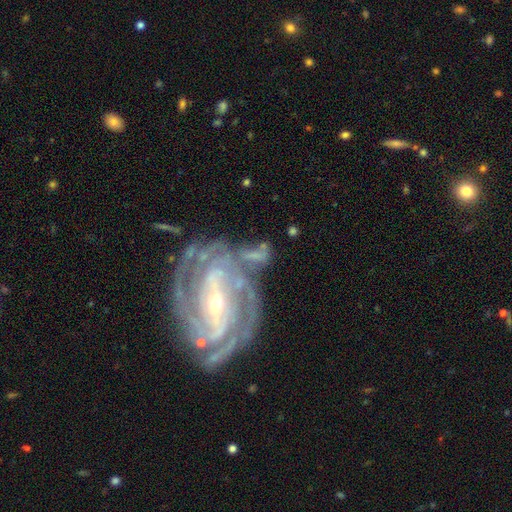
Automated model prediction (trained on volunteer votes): smooth_or_featured: featured or disk (p=0.75) [alt: smooth p=0.16]
disk_edge_on: no (p=0.95) [alt: yes p=0.05]
bar: strong (p=0.41) [alt: no p=0.30]
has_spiral_arms: yes (p=0.85) [alt: no p=0.15]
spiral_winding: tight (p=0.50) [alt: medium p=0.37]
spiral_arm_count: 2 (p=0.45) [alt: can't tell p=0.21]
bulge_size: small (p=0.66) [alt: moderate p=0.28]
merging: none (p=0.41) [alt: merger p=0.27]